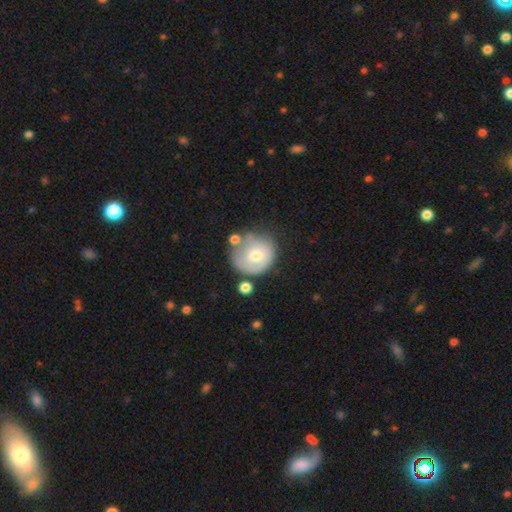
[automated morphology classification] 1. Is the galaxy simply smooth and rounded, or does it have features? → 58% smooth, 34% featured or disk, 7% star or artifact.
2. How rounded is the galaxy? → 84% round, 15% in between, 1% cigar-shaped.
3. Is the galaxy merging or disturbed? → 51% none, 26% minor disturbance, 12% major disturbance, 11% merger.